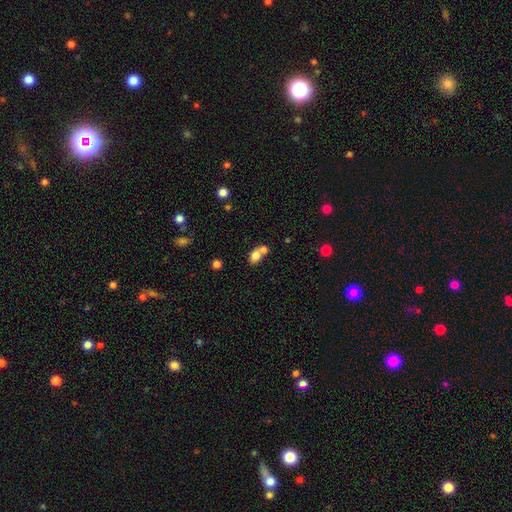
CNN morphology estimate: smooth-or-featured: smooth: 77% | featured or disk: 13% | star or artifact: 10%
  how-rounded: in between: 63% | round: 36% | cigar-shaped: 1%
  merging: merger: 57% | none: 31% | minor disturbance: 9% | major disturbance: 4%